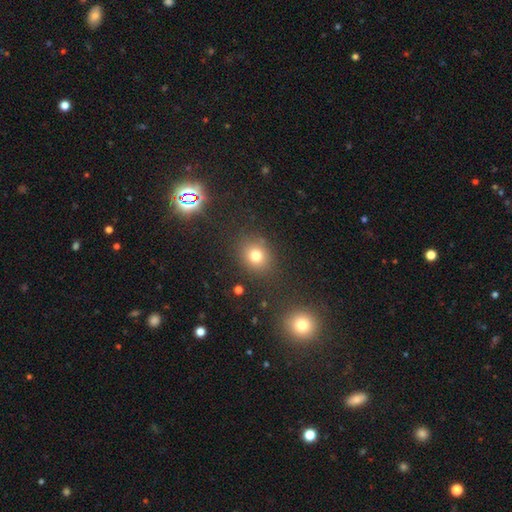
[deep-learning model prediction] Smooth or featured: smooth — 75% (star or artifact — 17%)
How rounded: round — 72% (in between — 27%)
Merging: none — 83% (minor disturbance — 10%)